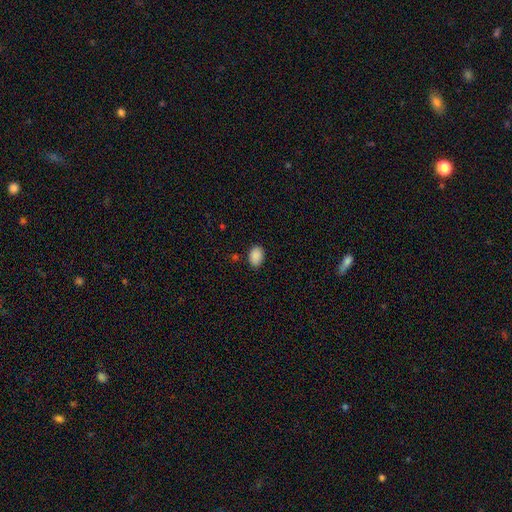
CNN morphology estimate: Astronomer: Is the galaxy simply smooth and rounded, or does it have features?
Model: smooth — 89%.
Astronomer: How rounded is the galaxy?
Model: in between — 80%.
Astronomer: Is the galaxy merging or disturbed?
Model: none — 82%.